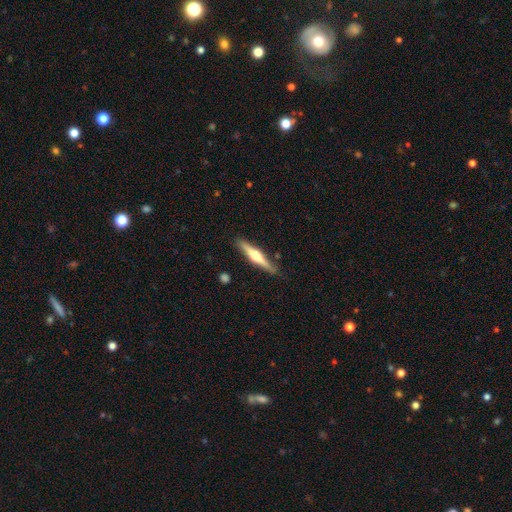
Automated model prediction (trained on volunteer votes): Overall: featured or disk (66%; smooth 29%). Edge-on disk: yes (97%). Edge-on bulge: rounded (92%). Merging: none (87%).